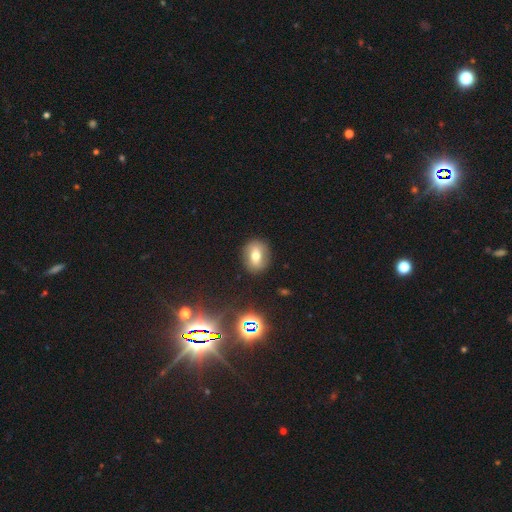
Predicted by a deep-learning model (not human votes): A smooth galaxy with no disk features (62%) that is in between round and cigar-shaped (51%). Merging: none (87%).